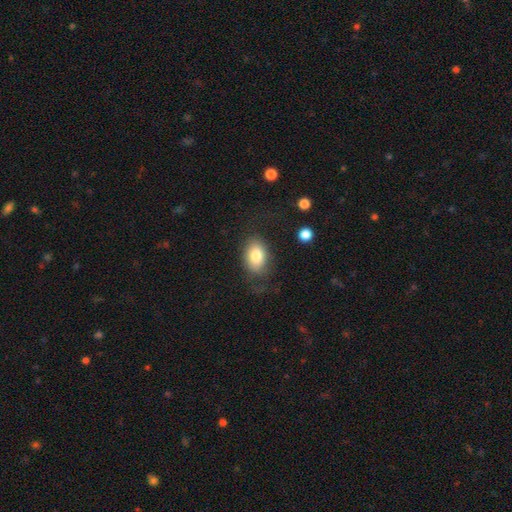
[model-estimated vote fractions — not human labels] A smooth galaxy with no disk features (80%) that is in between round and cigar-shaped (85%).

Vote fractions:
- Smooth or featured? smooth: 80% / featured or disk: 12% / star or artifact: 8%
- How rounded? in between: 85% / round: 13% / cigar-shaped: 1%
- Merging? none: 72% / minor disturbance: 17% / major disturbance: 9% / merger: 2%